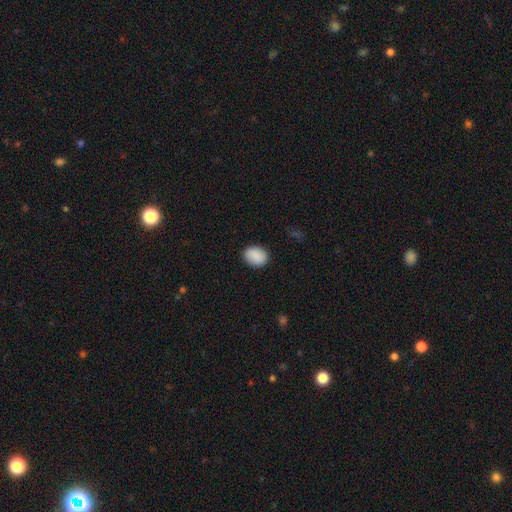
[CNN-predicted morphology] Overall: smooth (90%). How rounded: in between (65%; round 34%). Merging: none (89%).